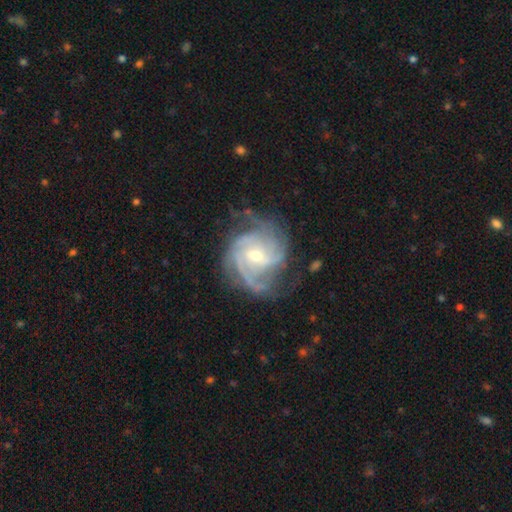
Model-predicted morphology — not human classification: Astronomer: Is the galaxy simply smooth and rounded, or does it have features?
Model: featured or disk — 89%.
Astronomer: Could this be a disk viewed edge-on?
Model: no — 98%.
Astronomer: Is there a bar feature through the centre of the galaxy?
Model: no — 48% (runner-up: weak, 40%).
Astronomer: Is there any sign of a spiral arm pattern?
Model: yes — 97%.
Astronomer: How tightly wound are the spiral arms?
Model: tight — 45% (runner-up: medium, 42%).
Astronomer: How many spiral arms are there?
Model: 3 — 31% (runner-up: can't tell, 20%).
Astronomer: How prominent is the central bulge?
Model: small — 50% (runner-up: moderate, 47%).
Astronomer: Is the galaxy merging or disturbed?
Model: none — 63%.